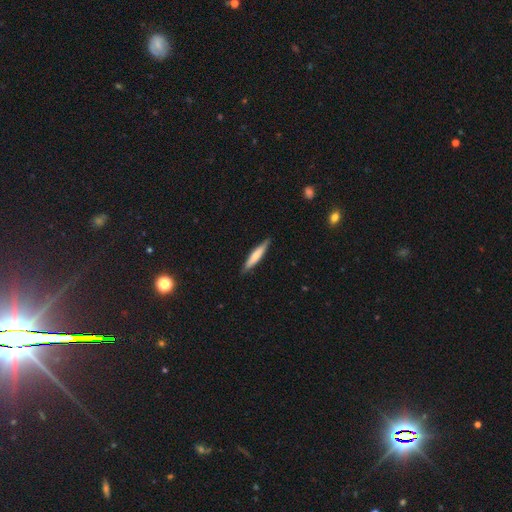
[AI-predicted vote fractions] This appears to be a smooth galaxy with no disk features (66%) that is cigar-shaped (90%). Merging: none (88%).